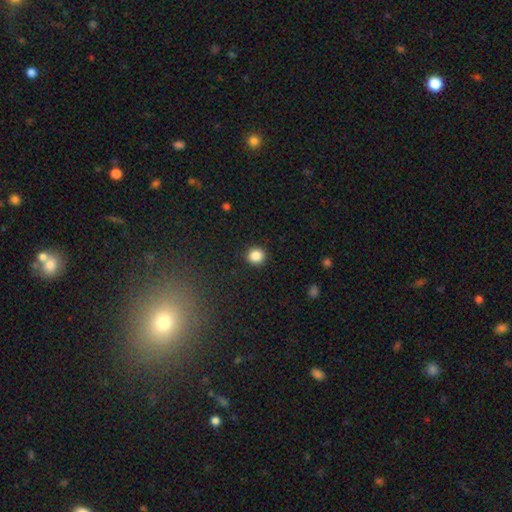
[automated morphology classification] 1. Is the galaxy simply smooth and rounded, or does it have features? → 86% smooth, 10% star or artifact, 3% featured or disk.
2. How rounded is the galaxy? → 89% round, 10% in between, 1% cigar-shaped.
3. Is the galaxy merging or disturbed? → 91% none, 6% minor disturbance, 2% major disturbance, 1% merger.